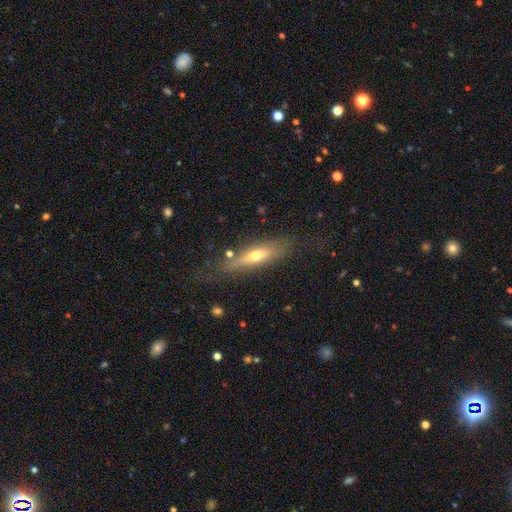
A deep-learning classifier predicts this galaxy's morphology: Smooth or featured: featured or disk — 47% (smooth — 46%)
Merging: none — 70% (minor disturbance — 18%)